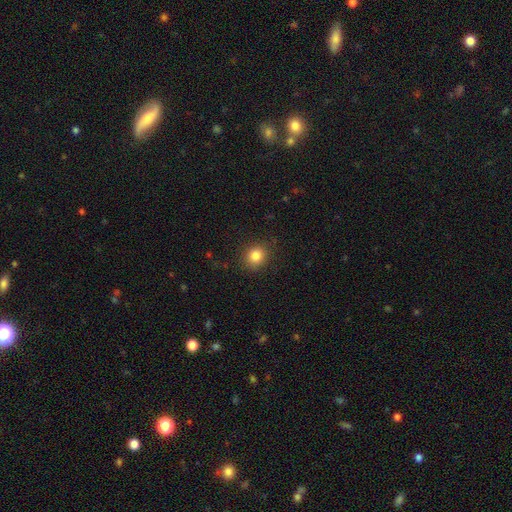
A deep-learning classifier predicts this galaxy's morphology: Smooth or featured?
  - smooth: 84% *
  - star or artifact: 11%
  - featured or disk: 5%
How rounded?
  - round: 75% *
  - in between: 24%
  - cigar-shaped: 1%
Merging?
  - none: 88% *
  - minor disturbance: 9%
  - major disturbance: 3%
  - merger: 1%